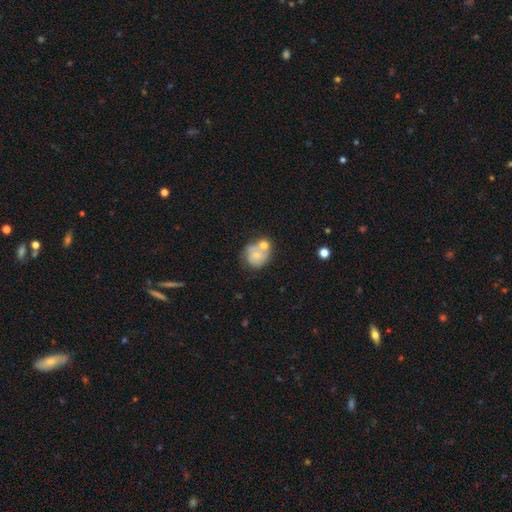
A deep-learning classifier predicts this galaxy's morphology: smooth-or-featured: smooth: 58% | featured or disk: 34% | star or artifact: 8%
  how-rounded: round: 70% | in between: 29% | cigar-shaped: 1%
  merging: merger: 45% | none: 33% | minor disturbance: 15% | major disturbance: 7%